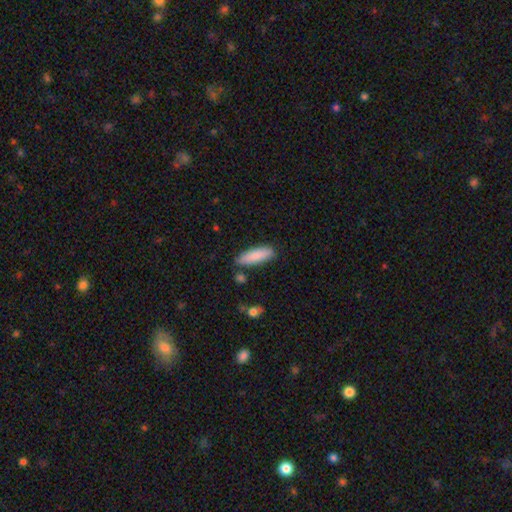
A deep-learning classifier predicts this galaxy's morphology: A smooth galaxy with no disk features (87%) that is in between round and cigar-shaped (50%).

Vote fractions:
- Smooth or featured? smooth: 87% / featured or disk: 7% / star or artifact: 6%
- How rounded? in between: 50% / cigar-shaped: 48% / round: 2%
- Merging? none: 82% / minor disturbance: 12% / merger: 3% / major disturbance: 2%